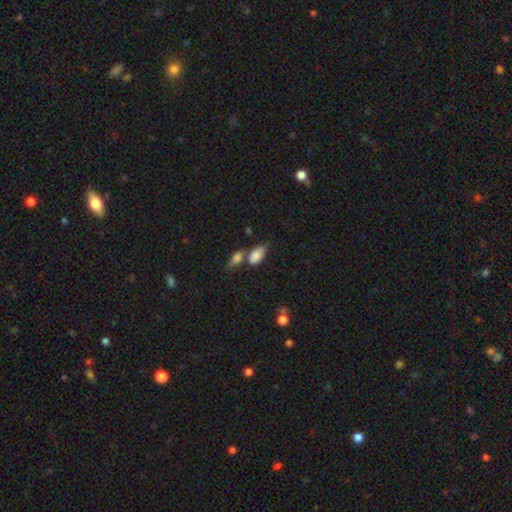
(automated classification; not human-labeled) This appears to be a smooth galaxy with no disk features (80%) that is in between round and cigar-shaped (90%). Merging: merger (46%).